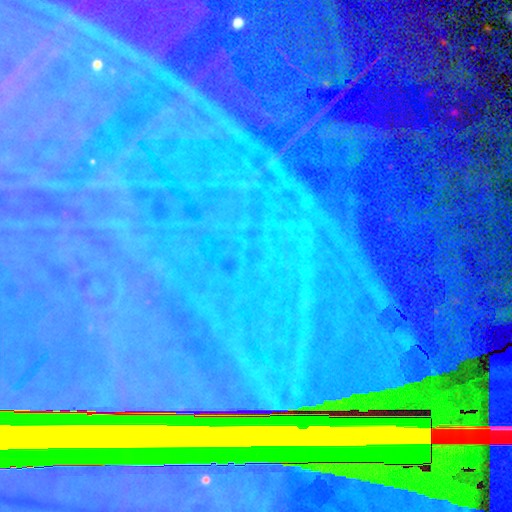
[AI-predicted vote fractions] A star or artifact, not a galaxy (87%).